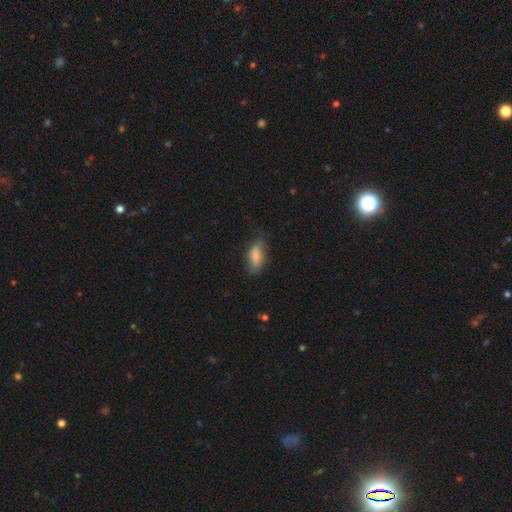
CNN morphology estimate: Smooth or featured? Predicted: smooth (p=0.82). How rounded? Predicted: in between (p=0.82). Merging? Predicted: none (p=0.66).